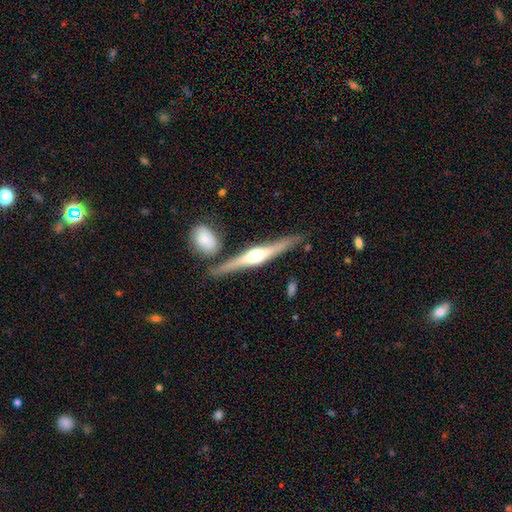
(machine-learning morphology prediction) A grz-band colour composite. It shows a featured or disk galaxy (80%) viewed edge-on (97%) with a rounded central bulge (92%). Merging: none (81%).